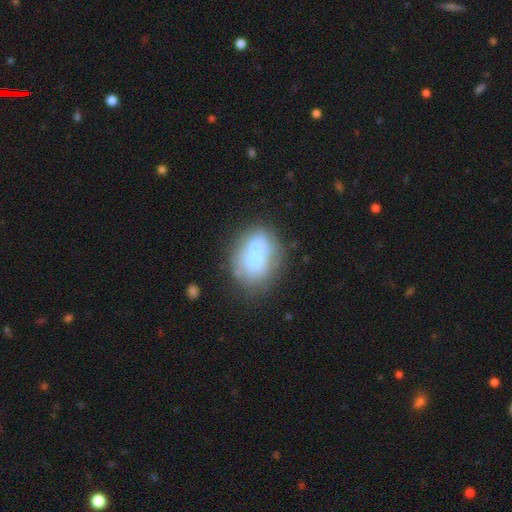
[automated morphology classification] smooth 57%, featured or disk 33%, star or artifact 10%. Down the decision tree: how rounded — round (50%); merging — merger (42%).